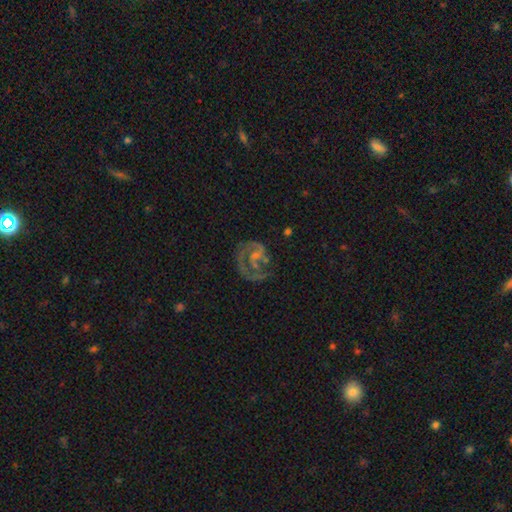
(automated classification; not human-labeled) Overall: featured or disk (80%). Edge-on disk: no (98%). Bar: no (49%; weak 39%). Spiral arms: yes (89%). Spiral arm count: 2 (60%; 1 24%). Spiral winding: medium (48%; tight 35%). Bulge size: small (54%; none 24%). Merging: none (55%; major disturbance 23%).